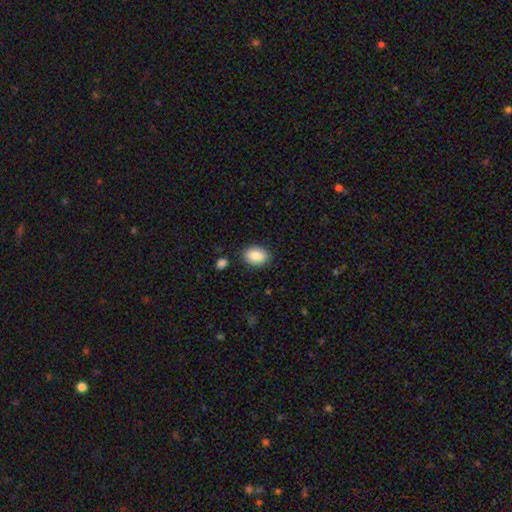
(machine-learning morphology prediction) type=smooth (86%); roundness=in between (80%); merging=none (85%).